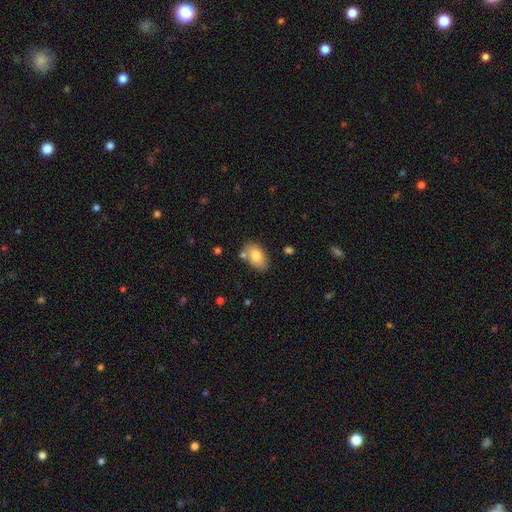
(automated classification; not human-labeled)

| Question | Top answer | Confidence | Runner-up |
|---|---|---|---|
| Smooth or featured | smooth | 80% | featured or disk (13%) |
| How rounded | in between | 92% | round (7%) |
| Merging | none | 74% | minor disturbance (15%) |